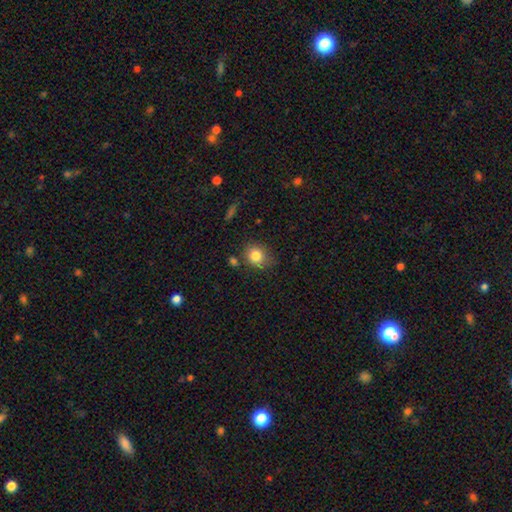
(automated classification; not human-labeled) Q: Smooth or featured?
A: smooth (82%); runner-up: star or artifact (10%)
Q: How rounded?
A: round (66%); runner-up: in between (33%)
Q: Merging?
A: none (66%); runner-up: minor disturbance (22%)